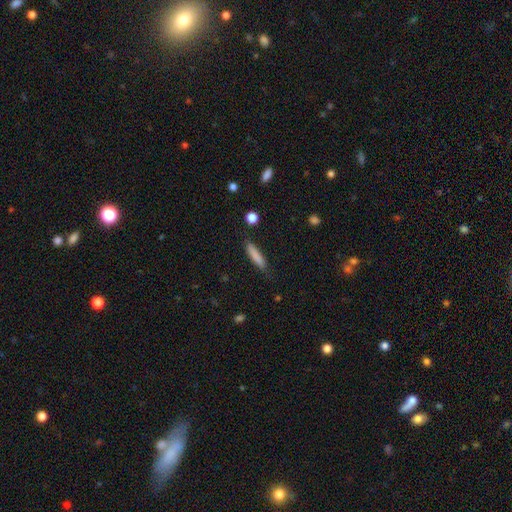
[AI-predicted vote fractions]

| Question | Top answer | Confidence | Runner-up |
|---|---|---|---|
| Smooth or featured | smooth | 84% | featured or disk (10%) |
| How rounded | cigar-shaped | 84% | in between (14%) |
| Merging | none | 82% | minor disturbance (14%) |